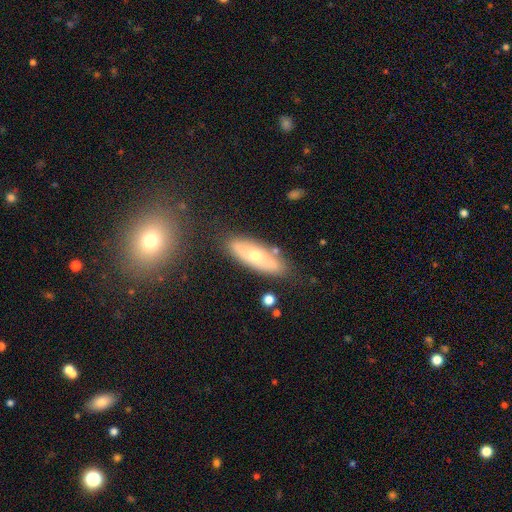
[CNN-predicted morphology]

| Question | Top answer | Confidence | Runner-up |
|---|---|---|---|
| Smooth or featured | smooth | 50% | featured or disk (42%) |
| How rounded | in between | 61% | cigar-shaped (36%) |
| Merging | none | 79% | minor disturbance (14%) |